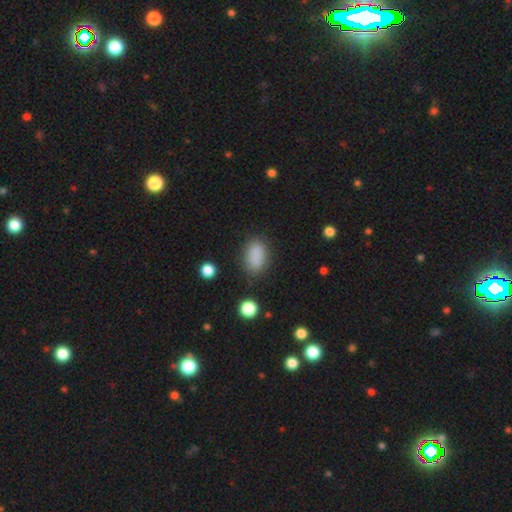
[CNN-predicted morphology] Smooth or featured: smooth — 86% (star or artifact — 9%)
How rounded: in between — 87% (round — 11%)
Merging: none — 82% (minor disturbance — 12%)